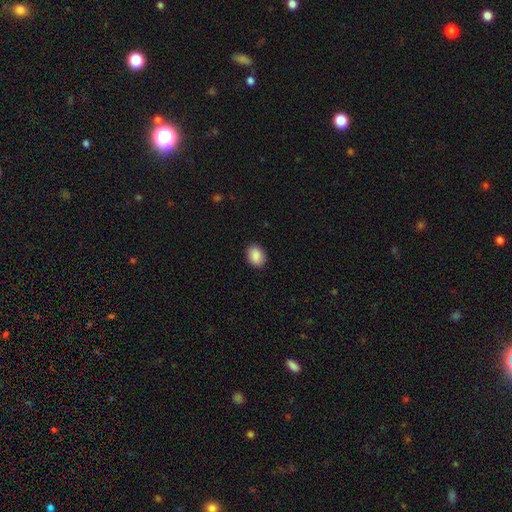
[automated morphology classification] Smooth or featured: smooth — 90% (star or artifact — 7%)
How rounded: in between — 70% (round — 29%)
Merging: none — 90% (minor disturbance — 7%)